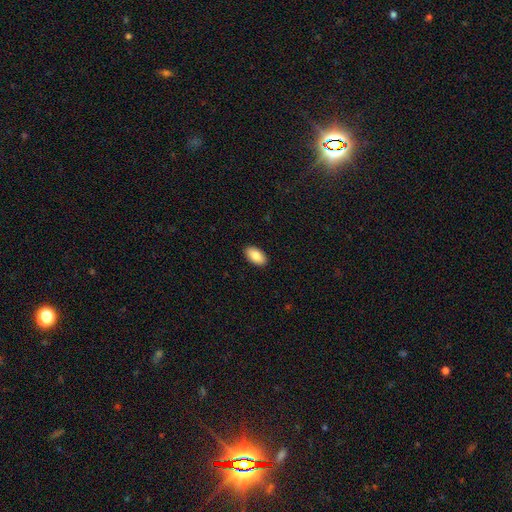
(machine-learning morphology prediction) Smooth or featured?
  - smooth: 86% *
  - featured or disk: 7%
  - star or artifact: 6%
How rounded?
  - in between: 95% *
  - round: 3%
  - cigar-shaped: 2%
Merging?
  - none: 91% *
  - minor disturbance: 7%
  - major disturbance: 2%
  - merger: 1%